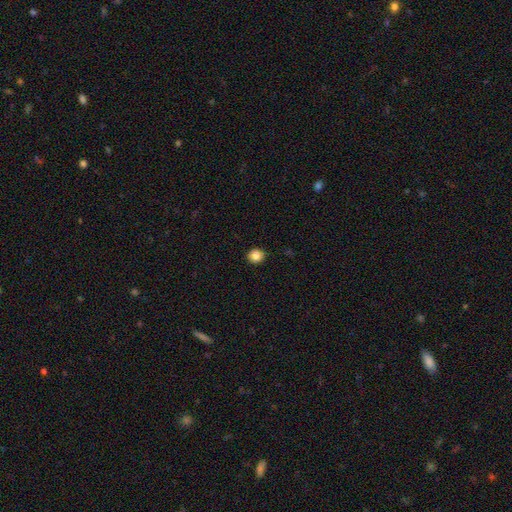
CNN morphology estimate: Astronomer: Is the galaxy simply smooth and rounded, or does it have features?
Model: smooth — 85%.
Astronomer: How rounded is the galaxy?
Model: round — 83%.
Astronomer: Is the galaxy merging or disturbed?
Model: none — 92%.